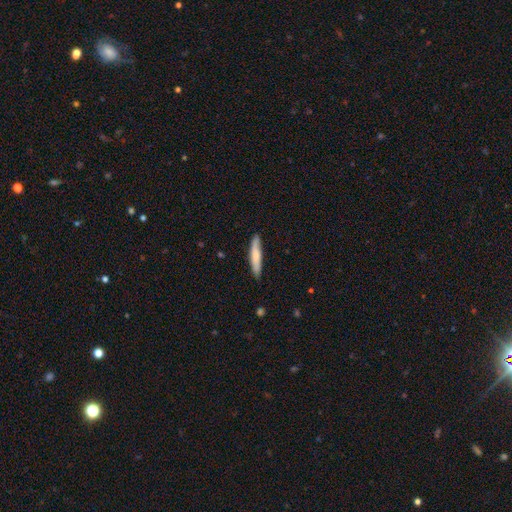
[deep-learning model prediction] Smooth or featured? Predicted: smooth (p=0.72). How rounded? Predicted: cigar-shaped (p=0.90). Merging? Predicted: none (p=0.87).